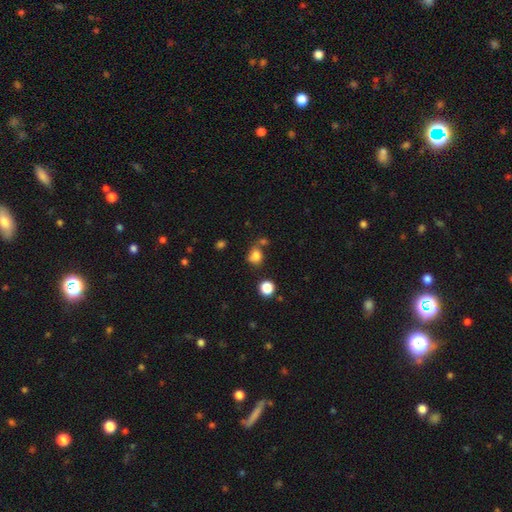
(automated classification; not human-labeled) This appears to be a smooth galaxy with no disk features (79%) that is round (58%). Merging: none (55%).